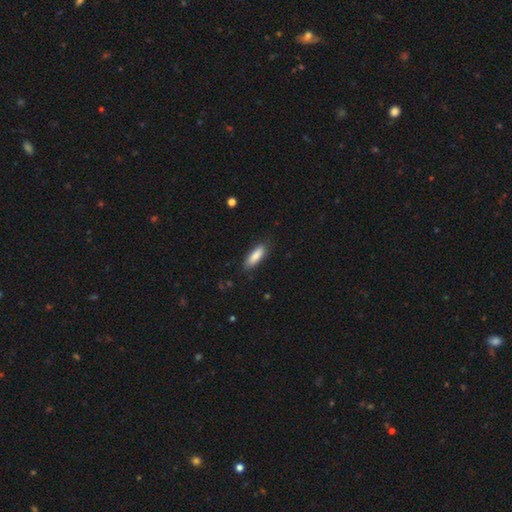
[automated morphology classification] Overall: smooth (85%). How rounded: in between (54%; cigar-shaped 45%). Merging: none (82%).